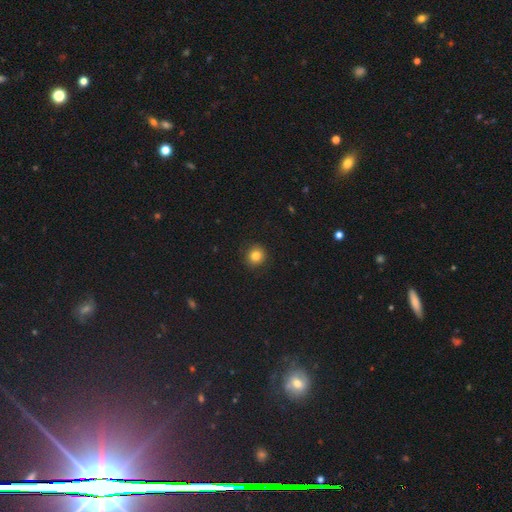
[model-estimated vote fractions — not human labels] This appears to be a smooth galaxy with no disk features (83%) that is round (92%). Merging: none (91%).